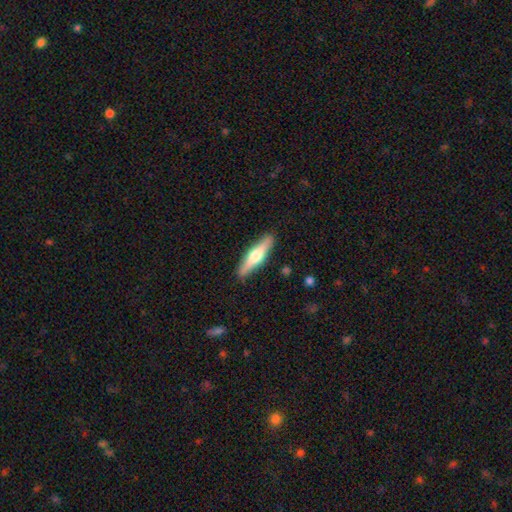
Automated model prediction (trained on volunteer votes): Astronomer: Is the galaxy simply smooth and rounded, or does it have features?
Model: featured or disk — 50% (runner-up: smooth, 45%).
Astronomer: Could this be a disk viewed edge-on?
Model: yes — 94%.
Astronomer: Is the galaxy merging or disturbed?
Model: none — 89%.